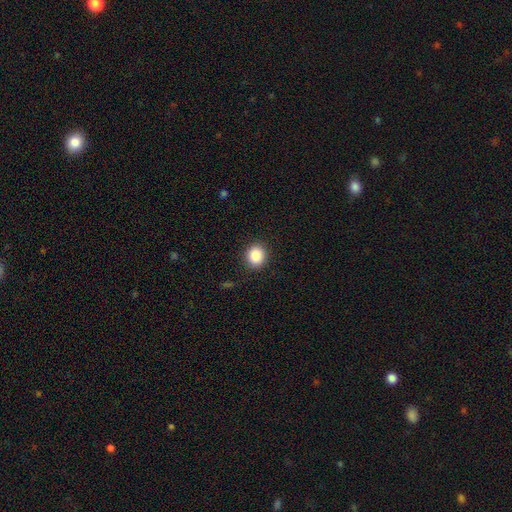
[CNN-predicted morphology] smooth 88%, star or artifact 9%, featured or disk 3%. Down the decision tree: how rounded — round (73%); merging — none (89%).